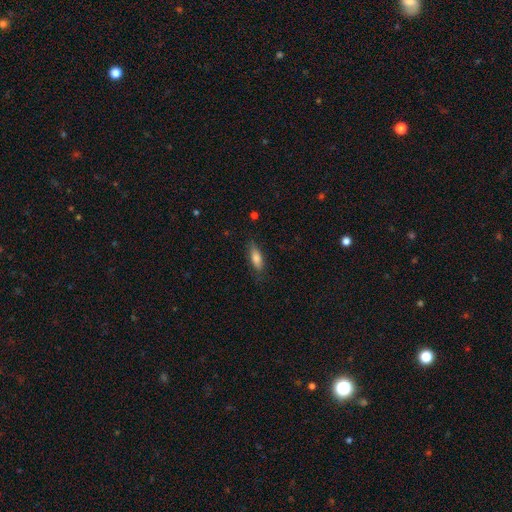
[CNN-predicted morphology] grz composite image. It shows a smooth galaxy with no disk features (73%) that is in between round and cigar-shaped (54%). Merging: none (79%).